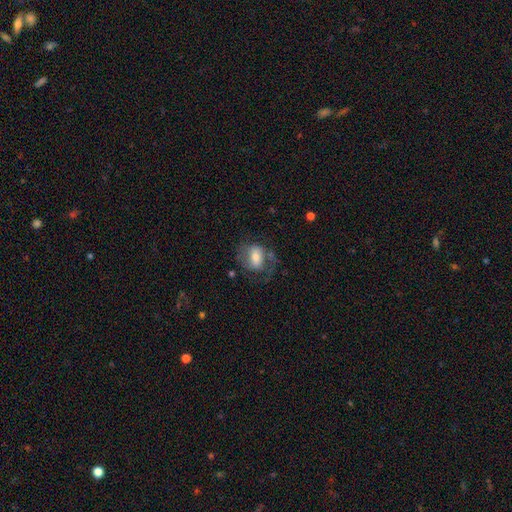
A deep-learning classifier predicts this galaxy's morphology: Smooth or featured? Predicted: smooth (p=0.53). How rounded? Predicted: in between (p=0.63). Merging? Predicted: none (p=0.47).